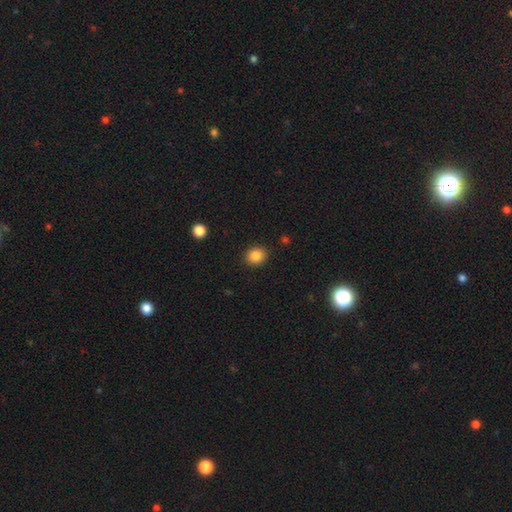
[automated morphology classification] Overall: smooth (86%). How rounded: round (72%). Merging: none (90%).